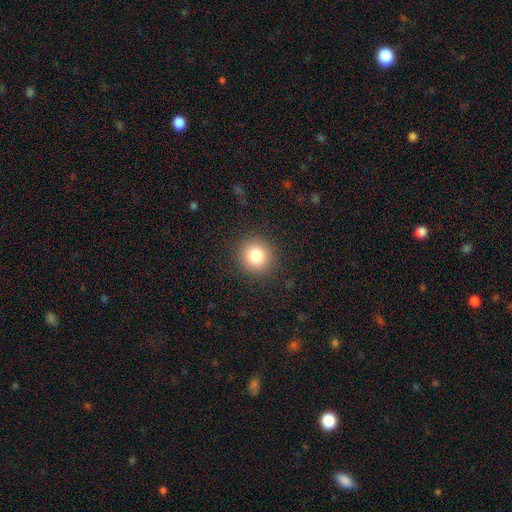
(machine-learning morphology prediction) The model was most divided on "smooth or featured": smooth: 82%, star or artifact: 11%, featured or disk: 7%. More confident: how rounded — round (91%); merging — none (90%).